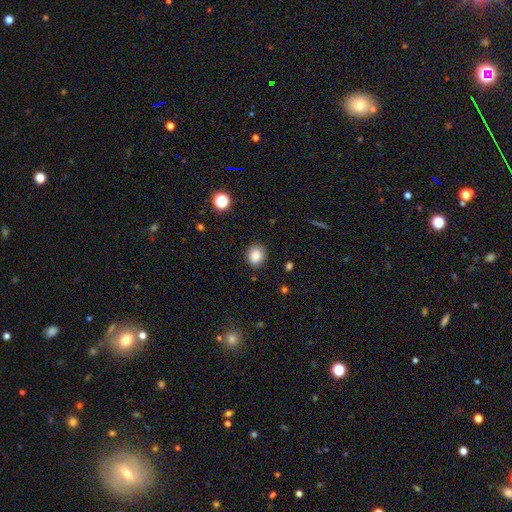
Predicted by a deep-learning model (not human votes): Smooth or featured? Predicted: smooth (p=0.85). How rounded? Predicted: round (p=0.67). Merging? Predicted: none (p=0.87).